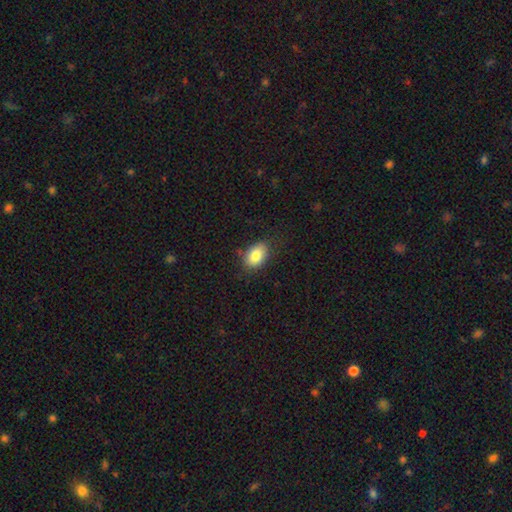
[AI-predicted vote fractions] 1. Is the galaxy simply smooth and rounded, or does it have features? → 83% smooth, 9% featured or disk, 8% star or artifact.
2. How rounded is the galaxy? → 83% in between, 15% round, 1% cigar-shaped.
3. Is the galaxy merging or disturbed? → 79% none, 15% minor disturbance, 4% major disturbance, 2% merger.